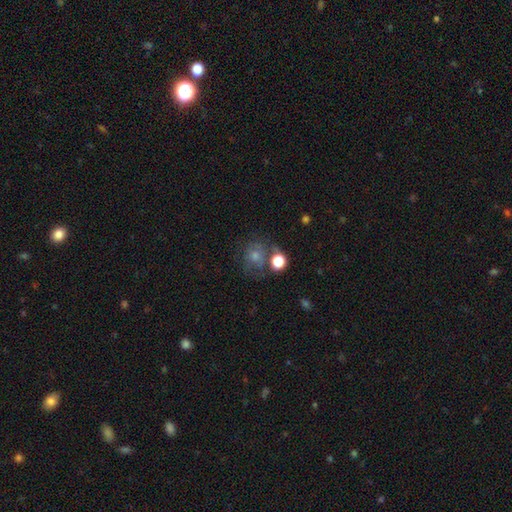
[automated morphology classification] type=smooth (43%); merging=none (62%).